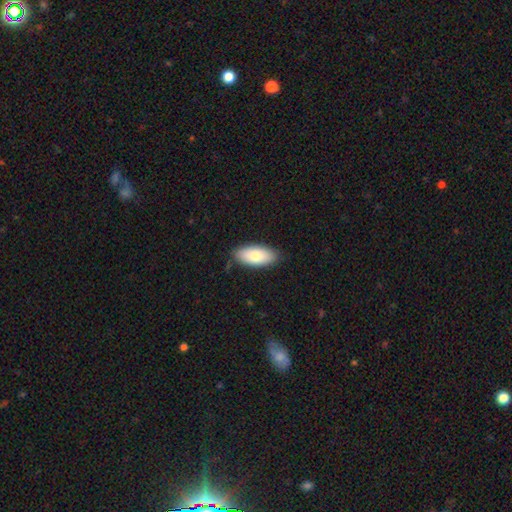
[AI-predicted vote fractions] This is likely a smooth galaxy (78%). How rounded: clearly in between (90%). Merging: clearly none (85%).